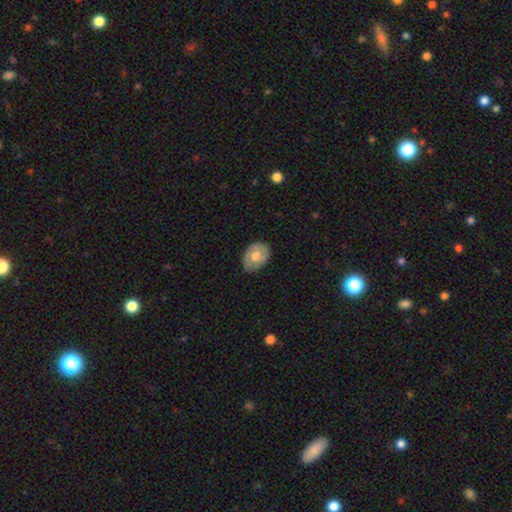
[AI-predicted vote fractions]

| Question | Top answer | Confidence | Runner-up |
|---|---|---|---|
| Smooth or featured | smooth | 59% | featured or disk (34%) |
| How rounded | in between | 71% | round (28%) |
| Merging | none | 75% | minor disturbance (20%) |